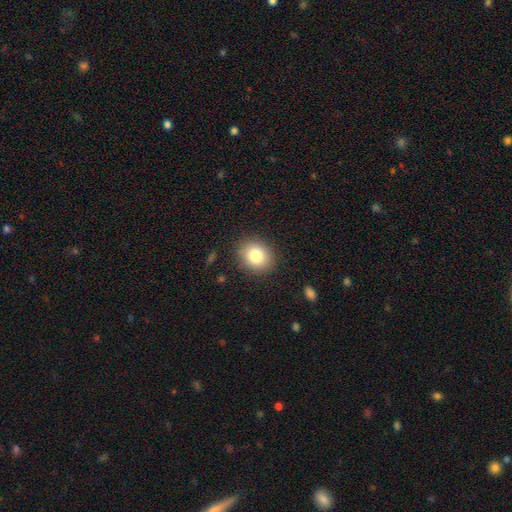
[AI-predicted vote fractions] The model was most divided on "how rounded": round: 64%, in between: 35%, cigar-shaped: 1%. More confident: merging — none (88%); smooth or featured — smooth (82%).